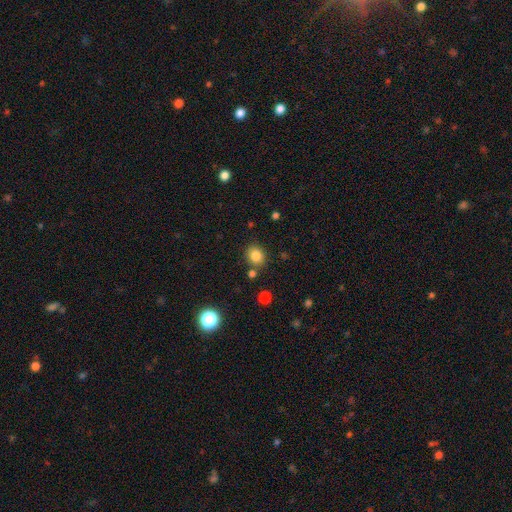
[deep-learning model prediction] smooth 83%, star or artifact 12%, featured or disk 5%. Down the decision tree: how rounded — round (72%); merging — none (80%).